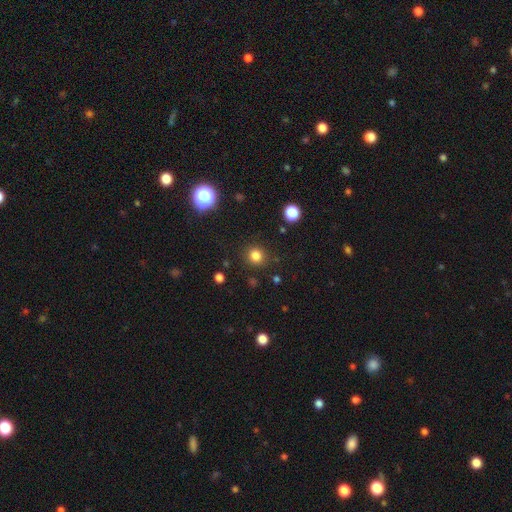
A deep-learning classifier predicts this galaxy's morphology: This appears to be a smooth galaxy with no disk features (82%) that is round (90%). Merging: none (88%).